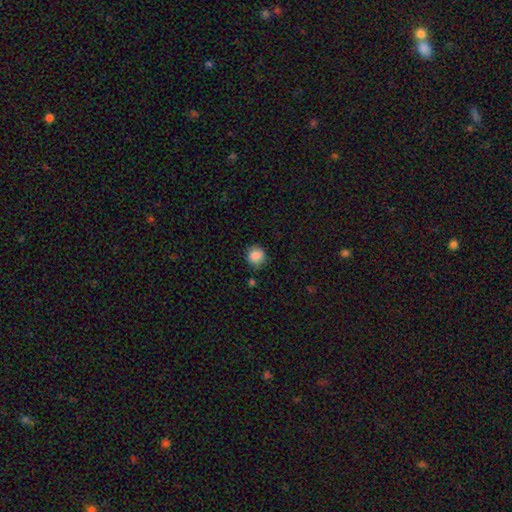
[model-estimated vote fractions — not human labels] Smooth or featured? smooth (86%)
How rounded? round (84%)
Merging? none (79%)